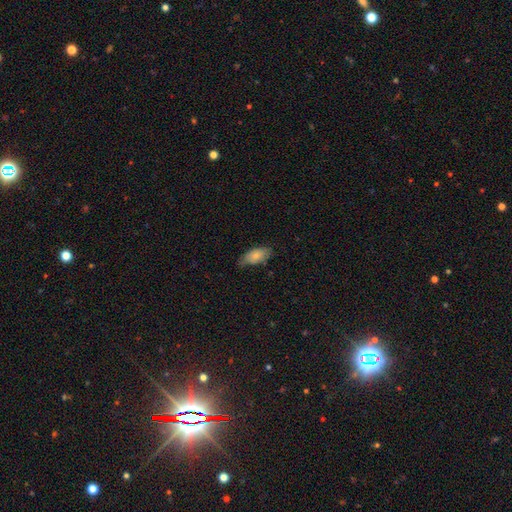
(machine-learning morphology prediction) Smooth or featured?
  - smooth: 79% *
  - featured or disk: 15%
  - star or artifact: 6%
How rounded?
  - in between: 90% *
  - cigar-shaped: 7%
  - round: 3%
Merging?
  - none: 65% *
  - minor disturbance: 29%
  - major disturbance: 5%
  - merger: 1%